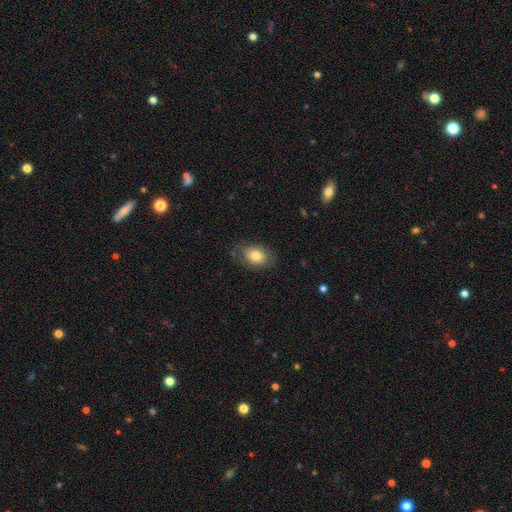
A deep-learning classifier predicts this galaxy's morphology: type=smooth (80%); roundness=in between (72%); merging=none (77%).